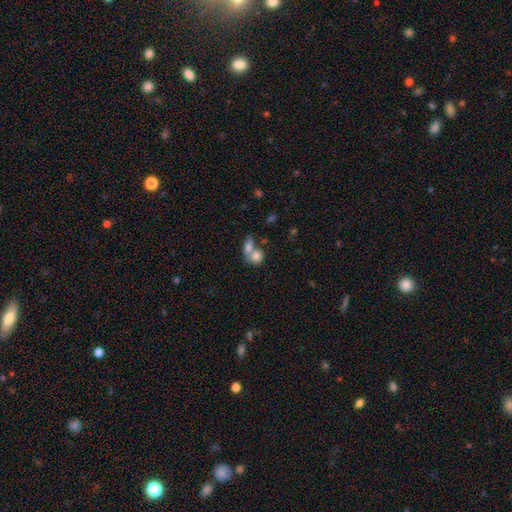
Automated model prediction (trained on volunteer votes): Morphology: type=smooth (78%); roundness=round (55%); merging=merger (63%).